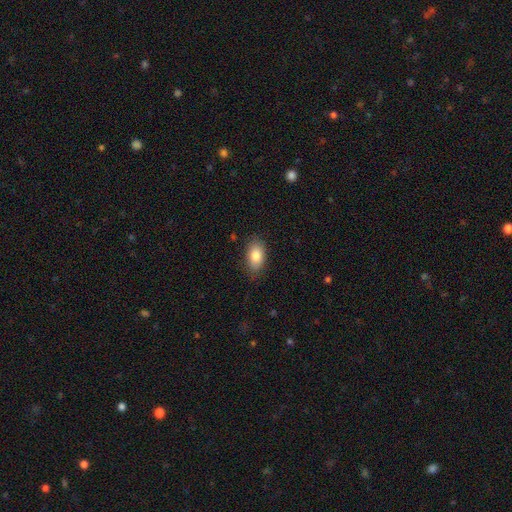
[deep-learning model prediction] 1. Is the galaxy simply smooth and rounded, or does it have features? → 83% smooth, 10% featured or disk, 7% star or artifact.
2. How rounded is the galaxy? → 91% in between, 6% round, 3% cigar-shaped.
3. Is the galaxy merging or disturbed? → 84% none, 13% minor disturbance, 3% major disturbance, 1% merger.